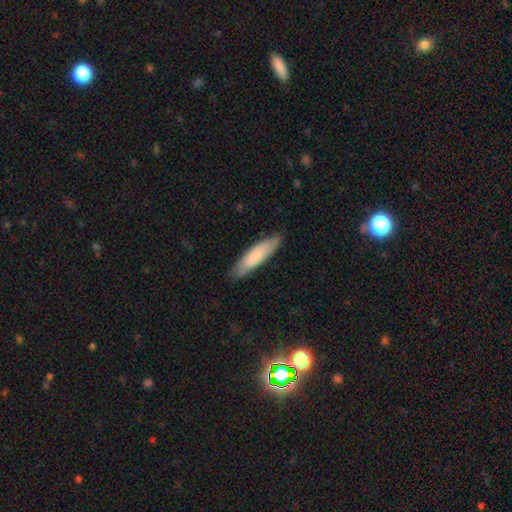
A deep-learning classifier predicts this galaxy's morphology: Q: Smooth or featured?
A: smooth (73%); runner-up: featured or disk (22%)
Q: How rounded?
A: cigar-shaped (68%); runner-up: in between (30%)
Q: Merging?
A: none (81%); runner-up: minor disturbance (16%)